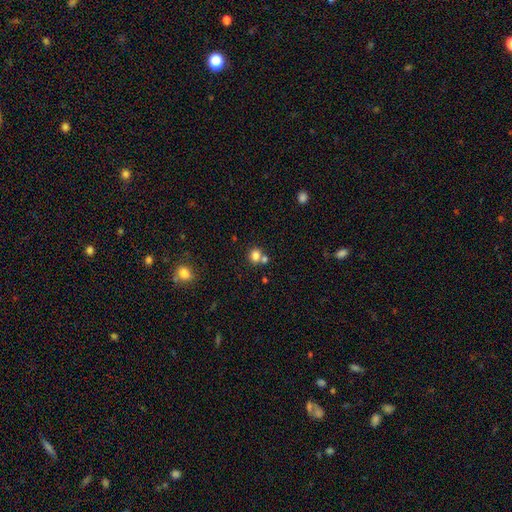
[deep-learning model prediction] smooth-or-featured: smooth: 81% | star or artifact: 12% | featured or disk: 7%
  how-rounded: round: 72% | in between: 27% | cigar-shaped: 1%
  merging: none: 56% | merger: 31% | minor disturbance: 9% | major disturbance: 3%